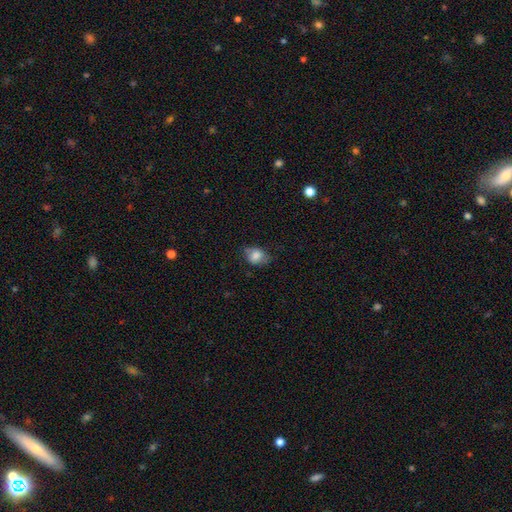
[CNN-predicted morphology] Overall: smooth (80%). How rounded: in between (58%; round 41%). Merging: none (62%; minor disturbance 28%).